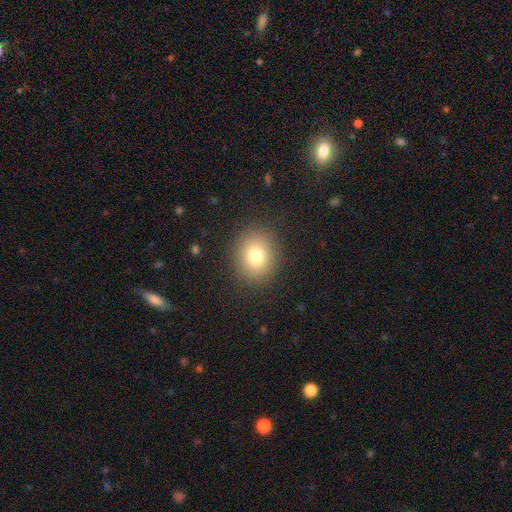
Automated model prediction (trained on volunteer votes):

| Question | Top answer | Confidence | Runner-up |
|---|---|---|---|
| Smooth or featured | smooth | 76% | star or artifact (13%) |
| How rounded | round | 70% | in between (29%) |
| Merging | none | 88% | minor disturbance (7%) |